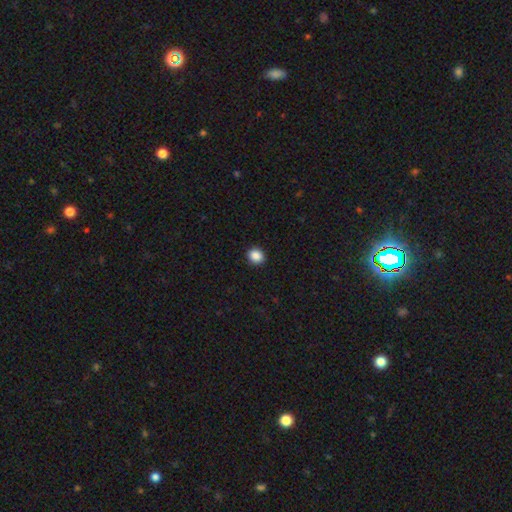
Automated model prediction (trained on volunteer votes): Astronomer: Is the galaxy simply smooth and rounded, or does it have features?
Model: smooth — 88%.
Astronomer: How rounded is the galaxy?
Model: round — 75%.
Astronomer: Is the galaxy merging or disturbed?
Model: none — 92%.